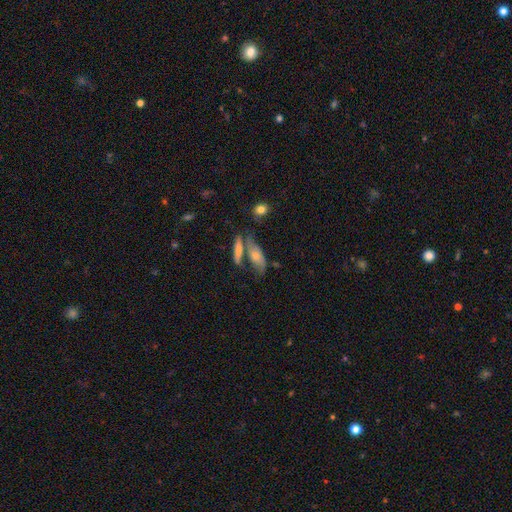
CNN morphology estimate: Overall: smooth (58%; featured or disk 34%). How rounded: in between (66%; cigar-shaped 30%). Merging: none (41%; merger 31%).